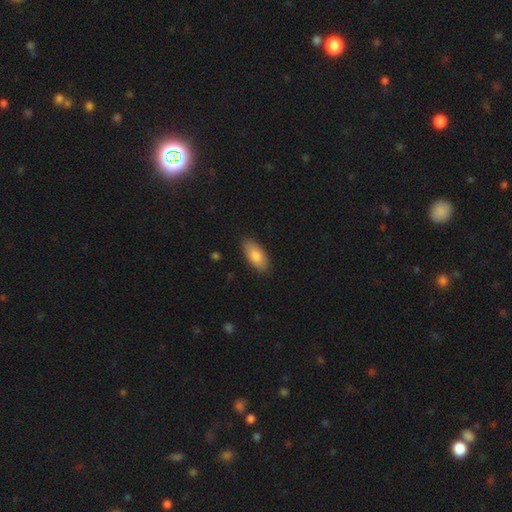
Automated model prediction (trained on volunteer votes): Q: Smooth or featured?
A: smooth (82%); runner-up: featured or disk (12%)
Q: How rounded?
A: in between (90%); runner-up: cigar-shaped (7%)
Q: Merging?
A: none (86%); runner-up: minor disturbance (11%)